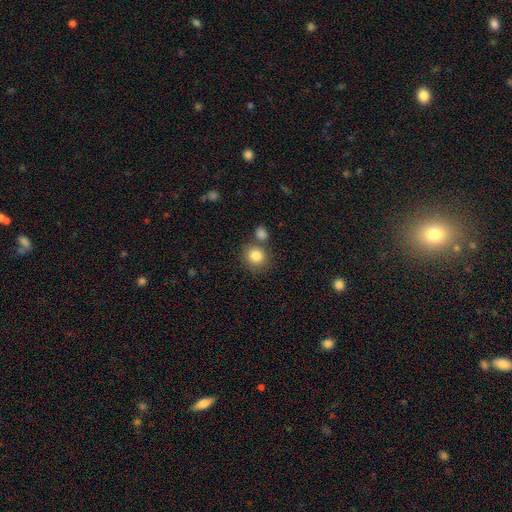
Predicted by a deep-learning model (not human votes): Morphology: type=smooth (83%); roundness=round (84%); merging=none (69%).